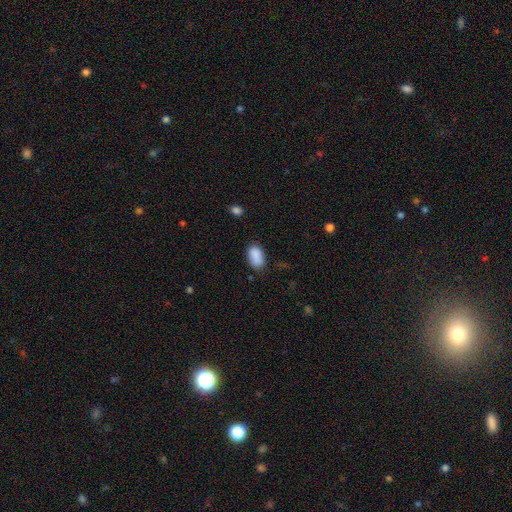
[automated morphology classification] Q: Smooth or featured?
A: smooth (88%); runner-up: star or artifact (7%)
Q: How rounded?
A: in between (92%); runner-up: round (7%)
Q: Merging?
A: none (76%); runner-up: minor disturbance (18%)